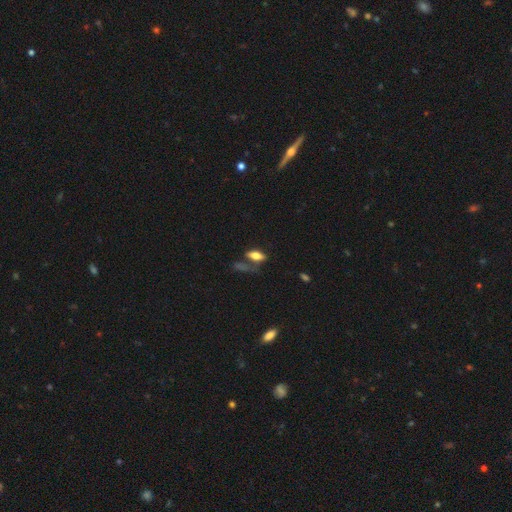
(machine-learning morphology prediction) This is likely a smooth galaxy (67%). How rounded: likely in between (76%). Merging: possibly none (57%).